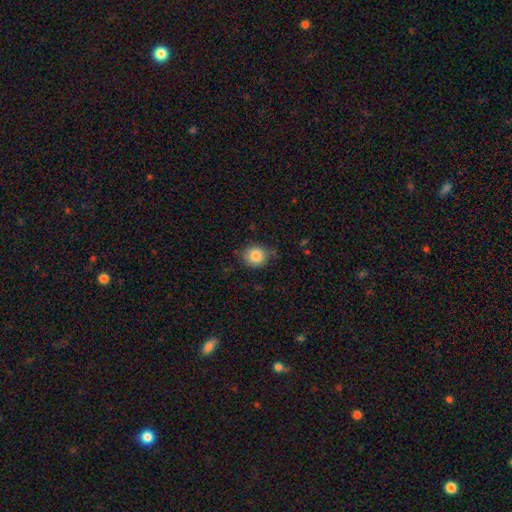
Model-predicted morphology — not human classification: Smooth or featured?
  - smooth: 85% *
  - star or artifact: 9%
  - featured or disk: 6%
How rounded?
  - round: 87% *
  - in between: 12%
  - cigar-shaped: 1%
Merging?
  - none: 78% *
  - minor disturbance: 17%
  - major disturbance: 3%
  - merger: 2%